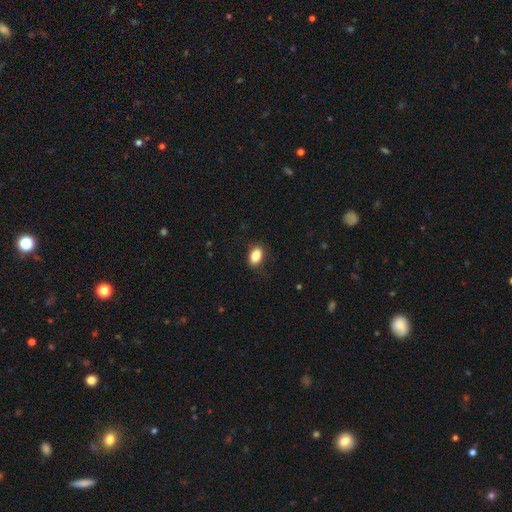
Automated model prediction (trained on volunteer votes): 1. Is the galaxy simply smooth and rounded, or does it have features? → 86% smooth, 8% star or artifact, 6% featured or disk.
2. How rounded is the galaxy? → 85% in between, 13% round, 2% cigar-shaped.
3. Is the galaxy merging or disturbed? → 86% none, 11% minor disturbance, 3% major disturbance, 1% merger.